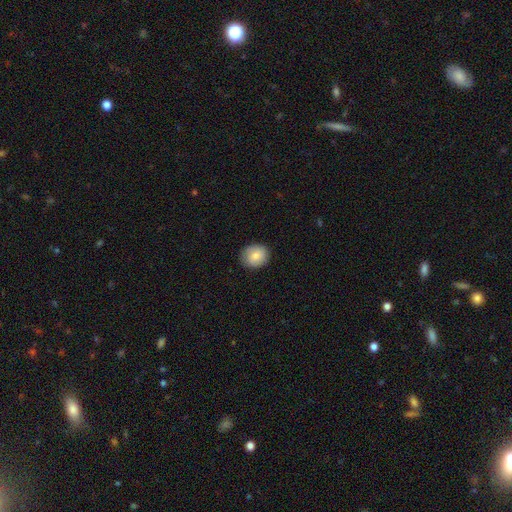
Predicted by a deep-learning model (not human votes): Smooth or featured?
  - smooth: 75% *
  - featured or disk: 18%
  - star or artifact: 7%
How rounded?
  - round: 69% *
  - in between: 30%
  - cigar-shaped: 1%
Merging?
  - none: 84% *
  - minor disturbance: 13%
  - major disturbance: 3%
  - merger: 1%